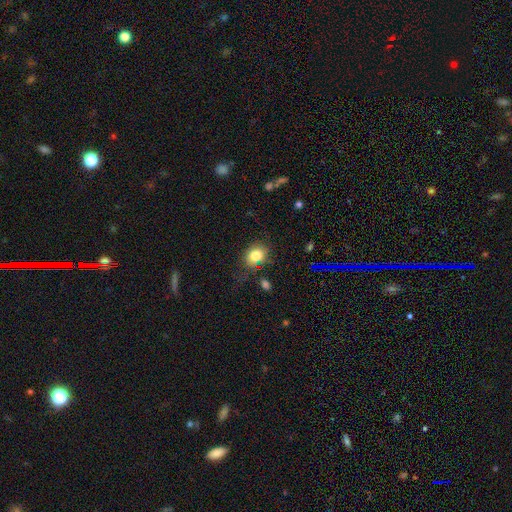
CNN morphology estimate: Smooth or featured? Predicted: smooth (p=0.80). How rounded? Predicted: round (p=0.50). Merging? Predicted: none (p=0.69).